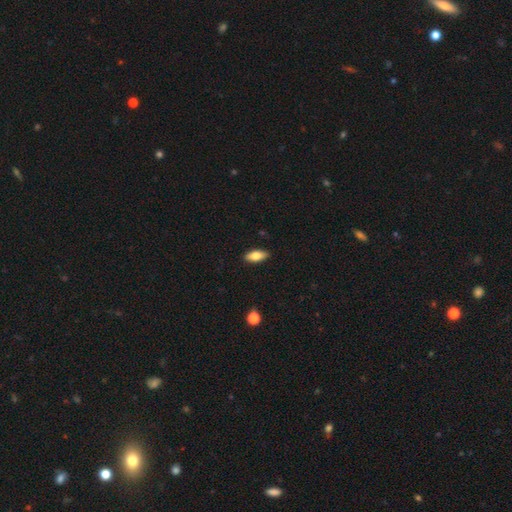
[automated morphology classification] Overall: smooth (74%). How rounded: in between (80%). Merging: none (89%).